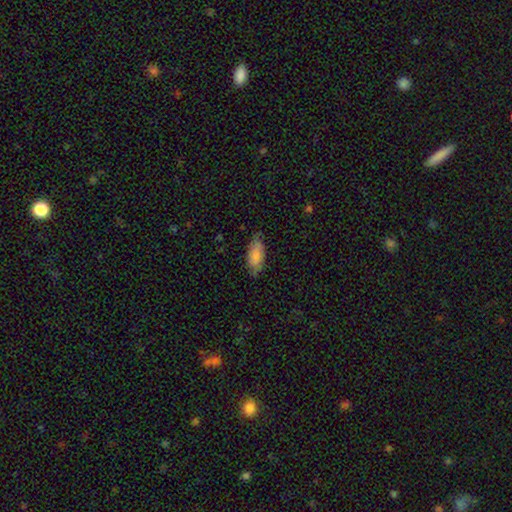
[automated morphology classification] Overall: smooth (80%). How rounded: in between (84%). Merging: none (68%).